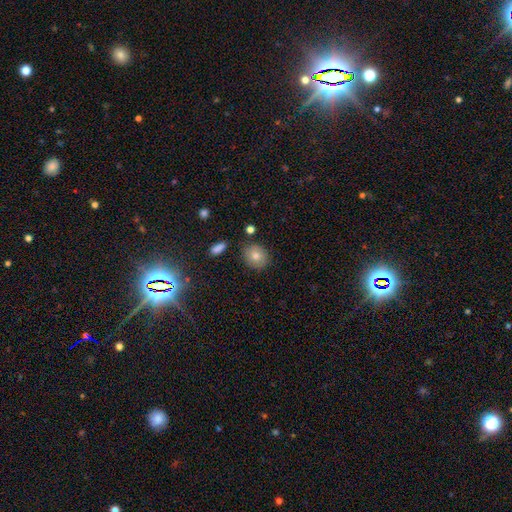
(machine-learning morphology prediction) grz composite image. It shows a smooth galaxy with no disk features (81%) that is round (62%). Merging: none (82%).